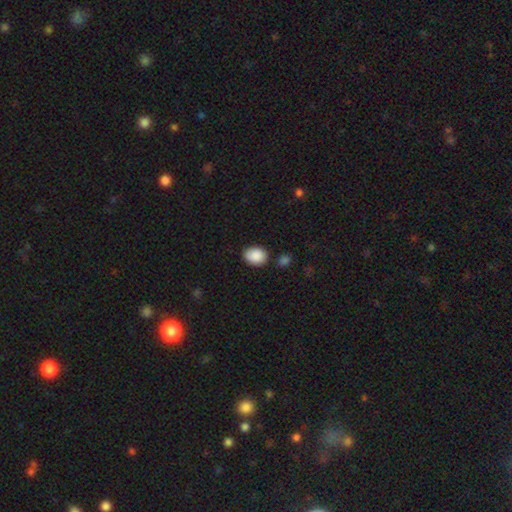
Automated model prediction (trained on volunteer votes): Overall: smooth (89%). How rounded: in between (69%; round 30%). Merging: none (77%).